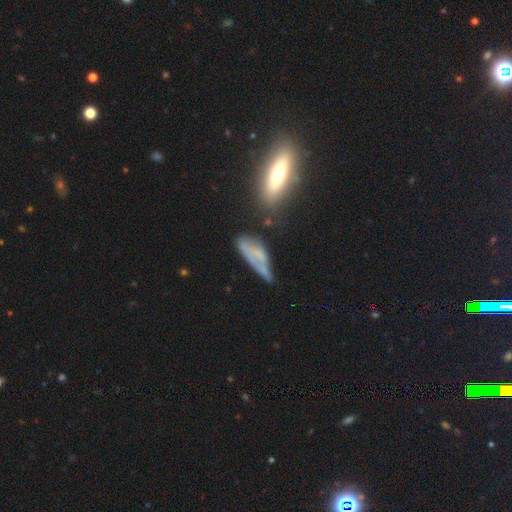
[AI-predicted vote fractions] The model was most divided on "smooth or featured" (2-way tie): smooth: 45%, featured or disk: 45%, star or artifact: 10%. Remaining: merging — none (33%).